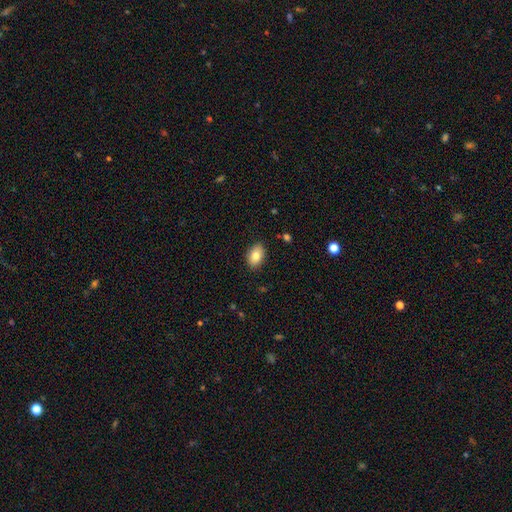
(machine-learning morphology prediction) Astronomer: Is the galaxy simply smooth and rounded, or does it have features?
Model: smooth — 83%.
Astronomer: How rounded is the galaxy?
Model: in between — 88%.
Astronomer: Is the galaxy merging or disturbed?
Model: none — 88%.